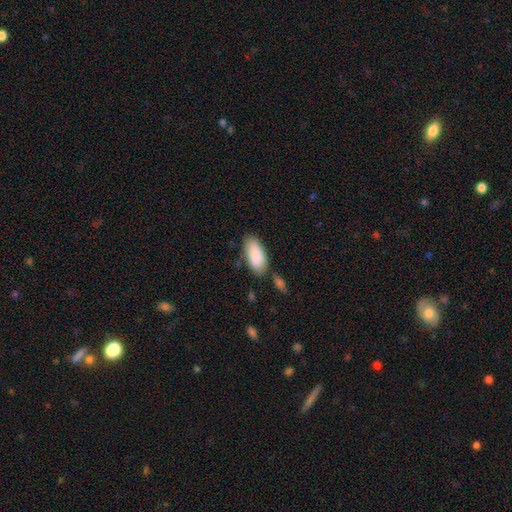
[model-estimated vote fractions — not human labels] Overall: smooth (88%). How rounded: in between (89%). Merging: none (70%).